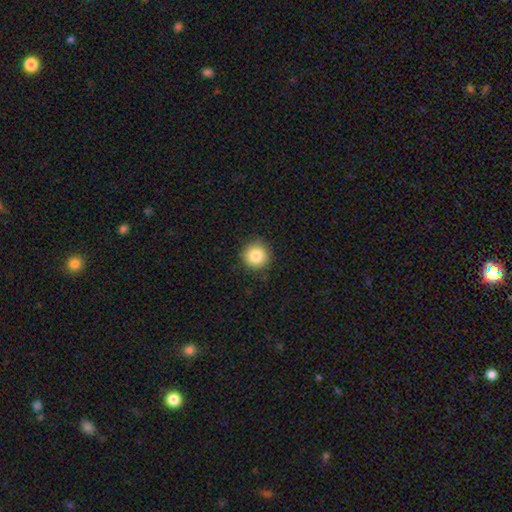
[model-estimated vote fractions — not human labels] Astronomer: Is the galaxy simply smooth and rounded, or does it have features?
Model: smooth — 84%.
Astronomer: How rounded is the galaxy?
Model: round — 95%.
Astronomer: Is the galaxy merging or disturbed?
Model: none — 89%.